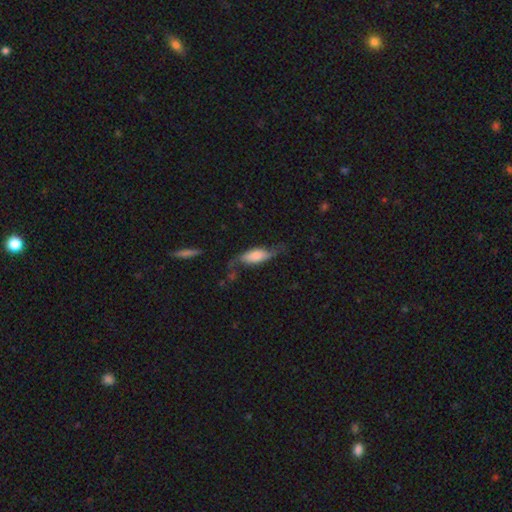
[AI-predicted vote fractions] Smooth or featured? smooth (54%)
How rounded? in between (73%)
Merging? none (50%)